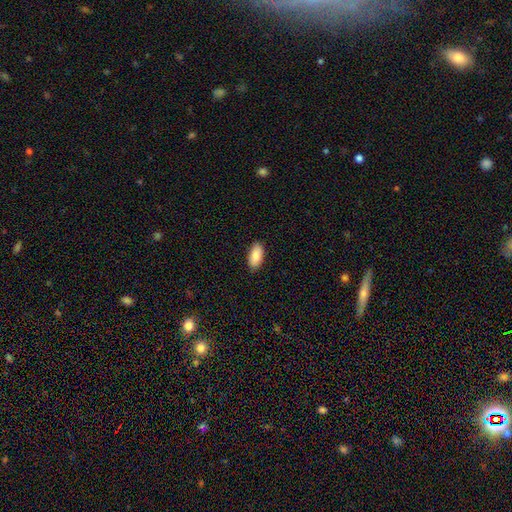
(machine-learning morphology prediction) Overall: smooth (89%). How rounded: in between (91%). Merging: none (89%).